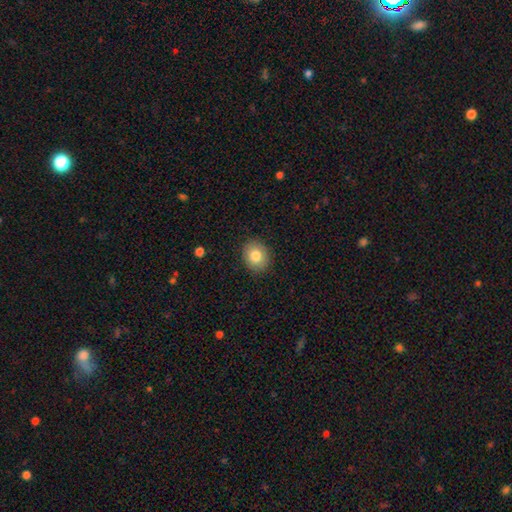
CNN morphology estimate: The model was most divided on "how rounded": round: 60%, in between: 39%, cigar-shaped: 1%. More confident: merging — none (89%); smooth or featured — smooth (82%).